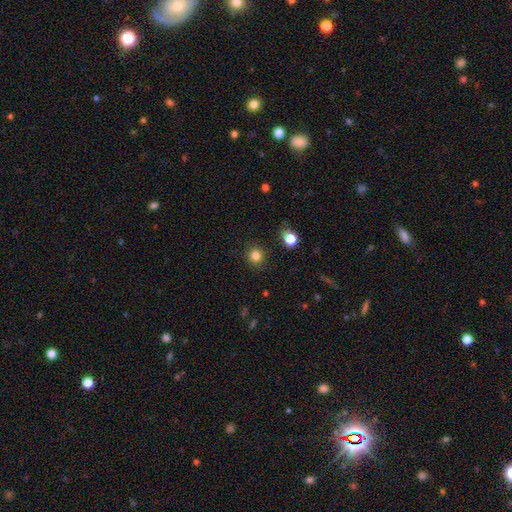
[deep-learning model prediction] This is clearly a smooth galaxy (82%). How rounded: clearly round (91%). Merging: clearly none (90%).